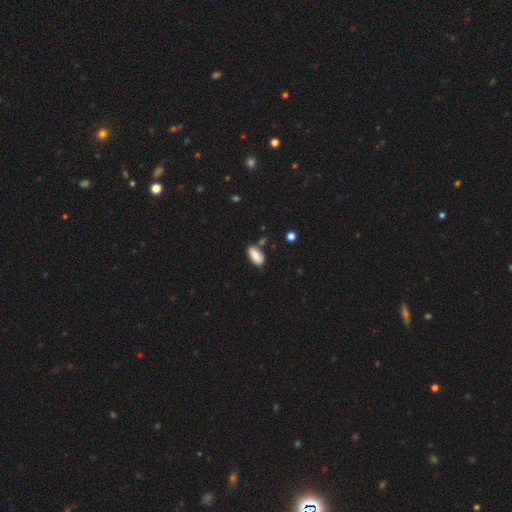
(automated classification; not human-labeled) Overall: smooth (83%). How rounded: in between (92%). Merging: none (70%).